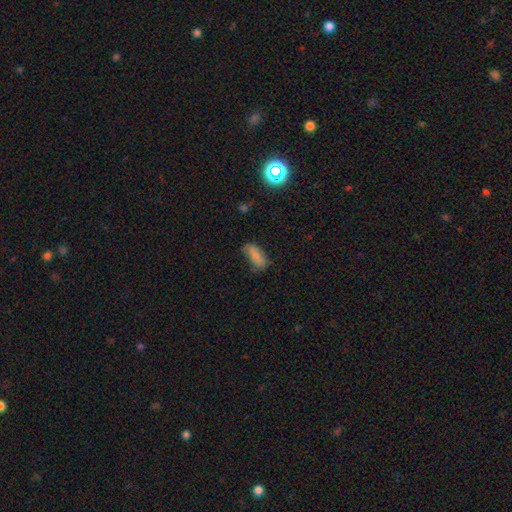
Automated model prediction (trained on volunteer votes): Smooth or featured: smooth — 79% (featured or disk — 12%)
How rounded: in between — 75% (cigar-shaped — 22%)
Merging: none — 47% (minor disturbance — 34%)